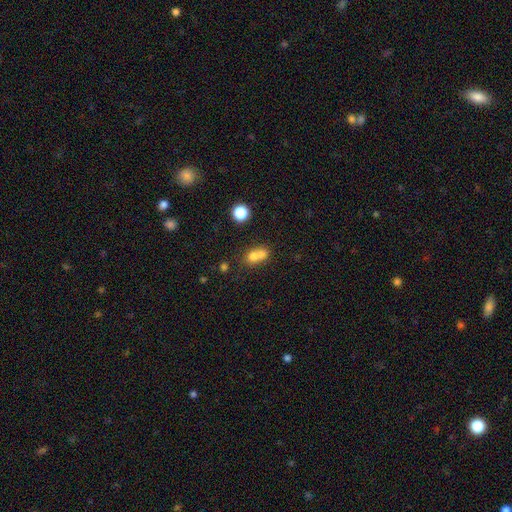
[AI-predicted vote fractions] Overall: smooth (70%). How rounded: round (53%; in between 44%). Merging: merger (60%; none 28%).